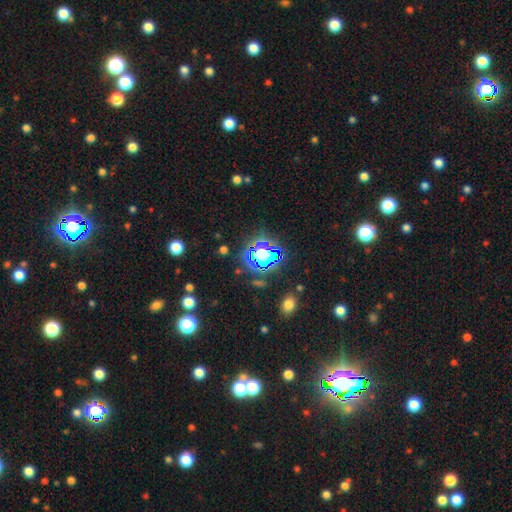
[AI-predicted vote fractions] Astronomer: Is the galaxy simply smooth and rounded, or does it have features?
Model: star or artifact — 63%.